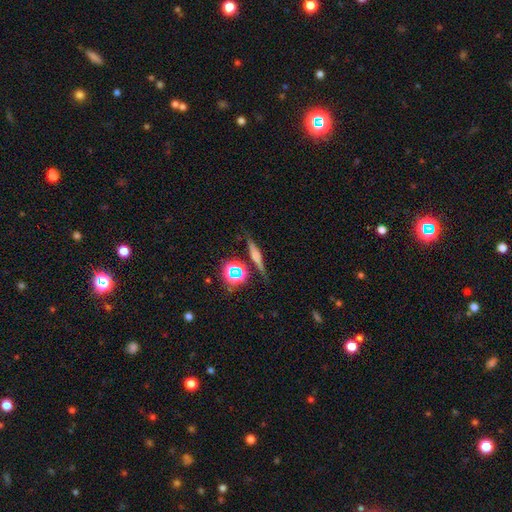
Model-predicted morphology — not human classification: Overall: featured or disk (43%; smooth 39%). Merging: none (78%).